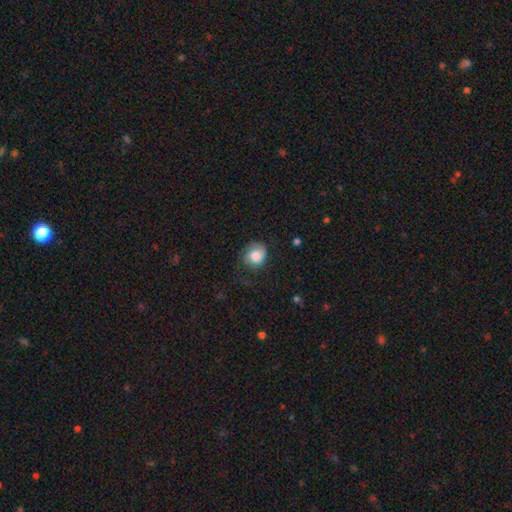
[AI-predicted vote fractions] smooth_or_featured: smooth (p=0.67) [alt: featured or disk p=0.25]
how_rounded: round (p=0.64) [alt: in between p=0.35]
merging: none (p=0.50) [alt: minor disturbance p=0.28]